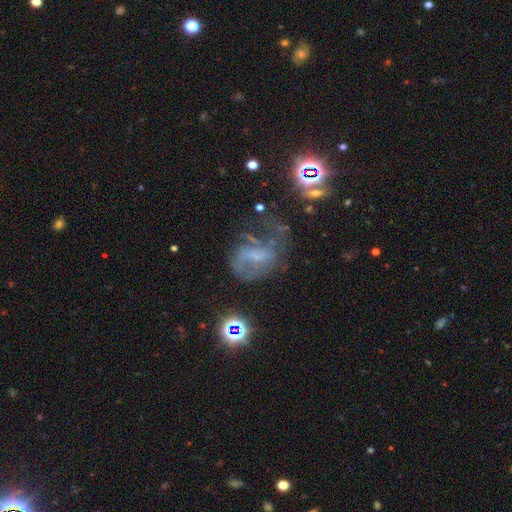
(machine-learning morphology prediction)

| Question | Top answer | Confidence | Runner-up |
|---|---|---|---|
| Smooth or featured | featured or disk | 54% | star or artifact (24%) |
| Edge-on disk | no | 97% | yes (3%) |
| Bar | no | 48% | weak (38%) |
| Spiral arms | yes | 57% | no (43%) |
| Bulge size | none | 48% | small (33%) |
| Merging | major disturbance | 39% | none (35%) |